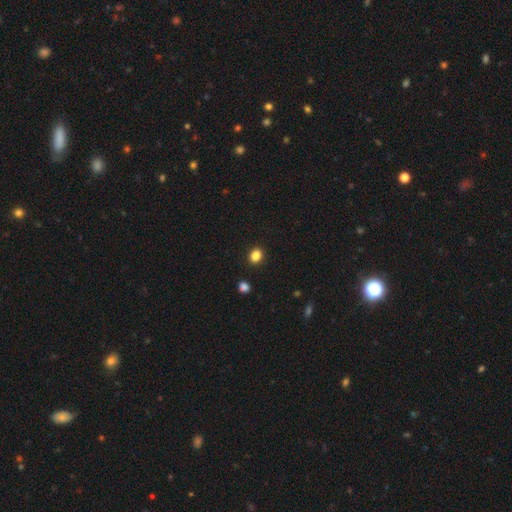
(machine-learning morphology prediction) A smooth galaxy with no disk features (86%) that is in between round and cigar-shaped (51%). Merging: none (89%).